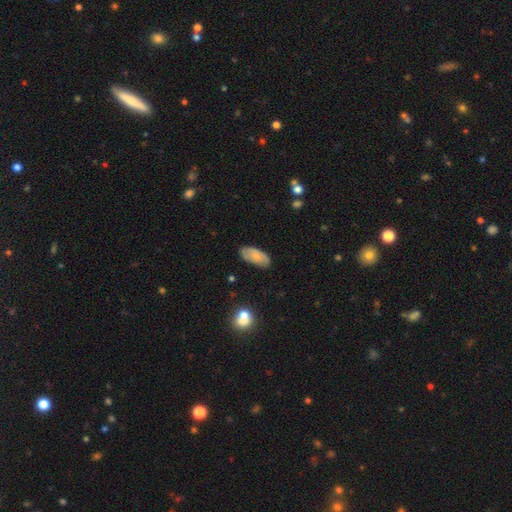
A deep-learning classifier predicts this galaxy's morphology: type=smooth (68%); roundness=in between (90%); merging=none (78%).